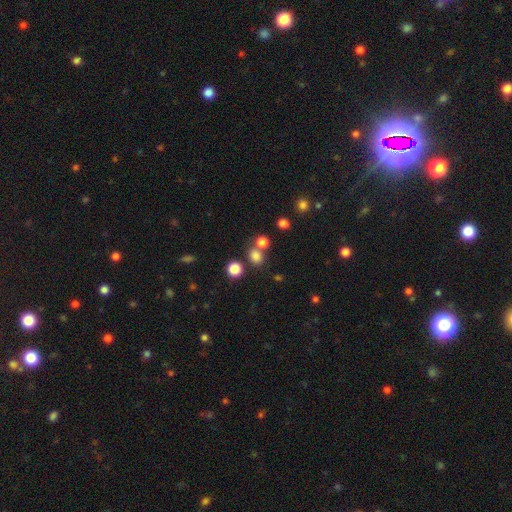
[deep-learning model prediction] Q: Smooth or featured?
A: smooth (77%); runner-up: star or artifact (16%)
Q: How rounded?
A: round (69%); runner-up: in between (30%)
Q: Merging?
A: none (62%); runner-up: merger (25%)